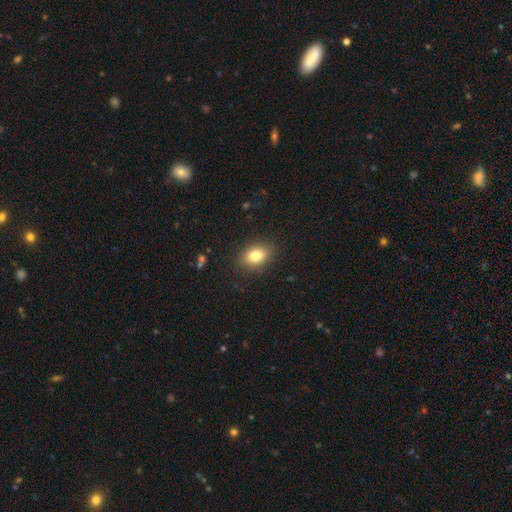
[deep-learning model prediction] A smooth galaxy with no disk features (81%) that is in between round and cigar-shaped (76%).

Vote fractions:
- Smooth or featured? smooth: 81% / star or artifact: 9% / featured or disk: 9%
- How rounded? in between: 76% / round: 22% / cigar-shaped: 1%
- Merging? none: 87% / minor disturbance: 9% / major disturbance: 3% / merger: 1%